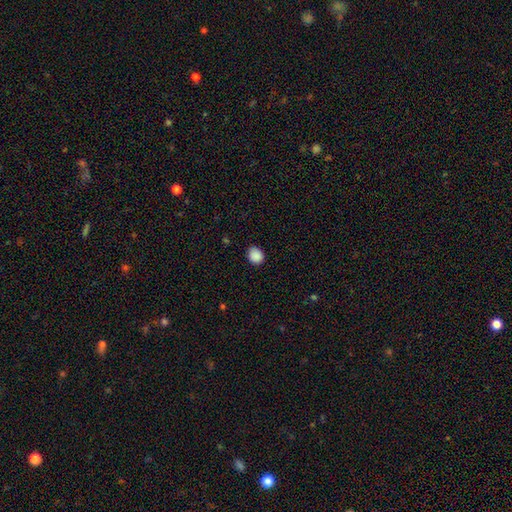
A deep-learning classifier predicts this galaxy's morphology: Q: Smooth or featured?
A: smooth (89%); runner-up: star or artifact (9%)
Q: How rounded?
A: round (63%); runner-up: in between (36%)
Q: Merging?
A: none (86%); runner-up: minor disturbance (11%)